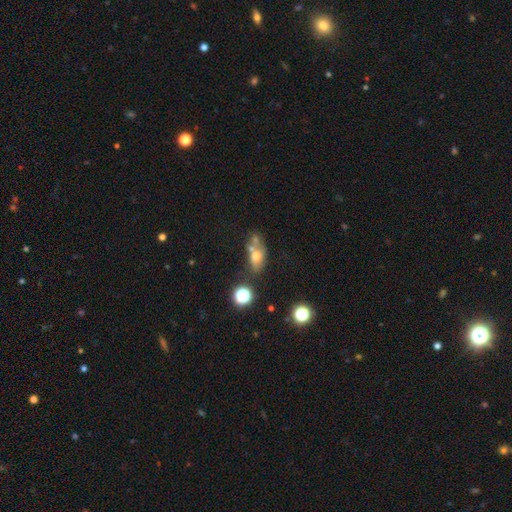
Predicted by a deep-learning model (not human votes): A smooth galaxy with no disk features (59%) that is in between round and cigar-shaped (72%). Merging: none (38%).